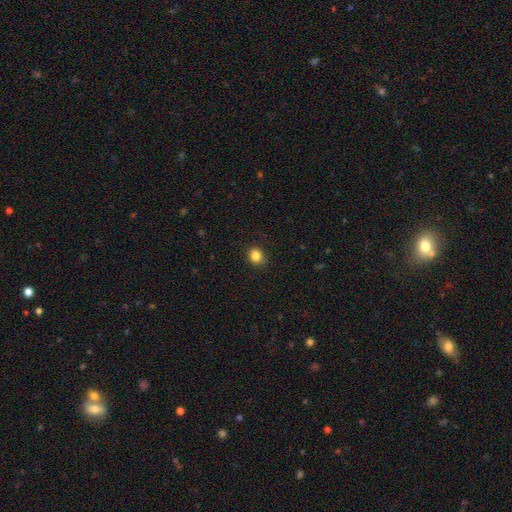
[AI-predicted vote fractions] This appears to be a smooth galaxy with no disk features (85%) that is round (79%). Merging: none (86%).